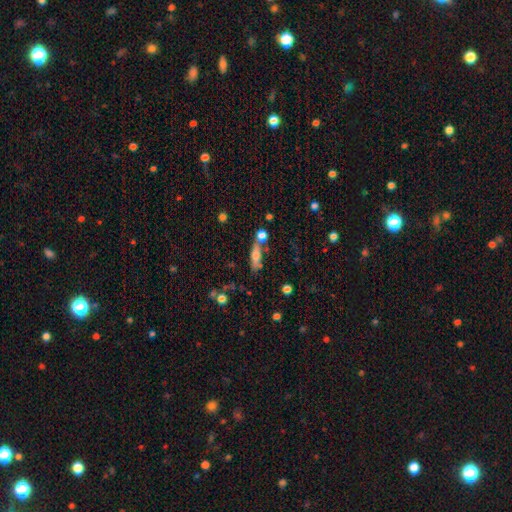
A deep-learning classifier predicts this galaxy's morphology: smooth 60%, featured or disk 31%, star or artifact 9%. Down the decision tree: how rounded — cigar-shaped (58%); merging — none (54%).